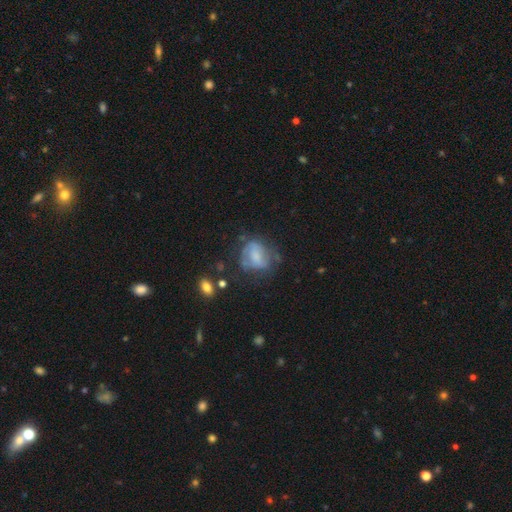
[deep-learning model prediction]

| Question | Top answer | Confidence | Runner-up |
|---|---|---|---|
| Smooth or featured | featured or disk | 49% | smooth (41%) |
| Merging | none | 46% | minor disturbance (26%) |